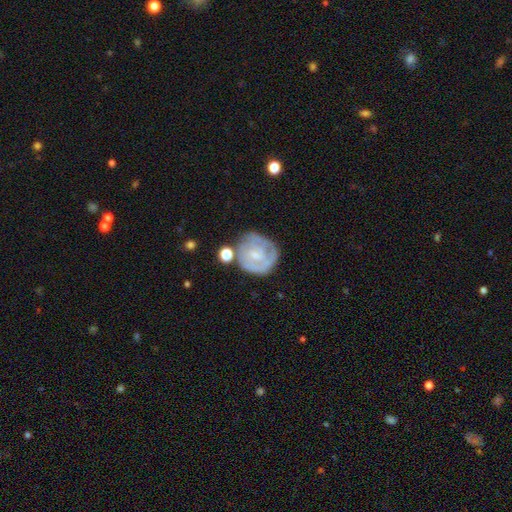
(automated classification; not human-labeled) Morphology: type=featured or disk (65%); edge-on=no (98%); bar=no (56%); spiral arms=yes (73%); bulge=small (73%); merging=none (58%).